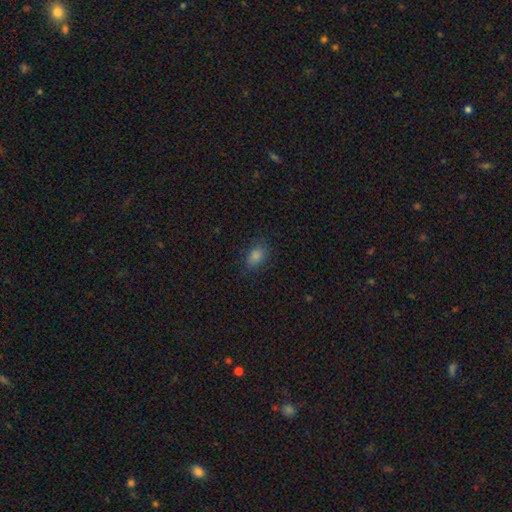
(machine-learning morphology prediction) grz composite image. It shows a smooth galaxy with no disk features (80%) that is in between round and cigar-shaped (79%). Merging: none (80%).